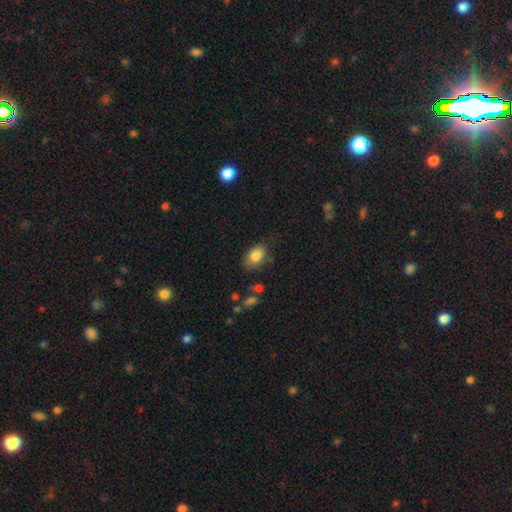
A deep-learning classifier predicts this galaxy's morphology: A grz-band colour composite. It shows a smooth galaxy with no disk features (83%) that is in between round and cigar-shaped (85%). Merging: none (73%).